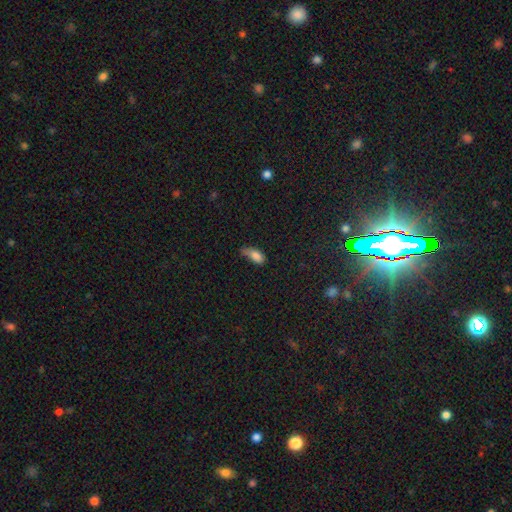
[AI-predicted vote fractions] Q: Smooth or featured?
A: smooth (82%); runner-up: star or artifact (9%)
Q: How rounded?
A: in between (86%); runner-up: cigar-shaped (10%)
Q: Merging?
A: minor disturbance (41%); runner-up: none (33%)